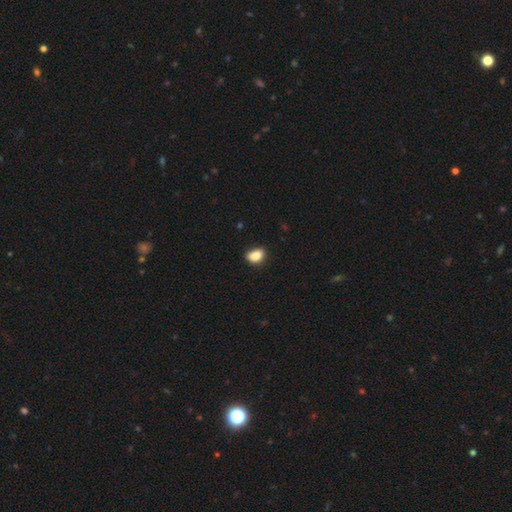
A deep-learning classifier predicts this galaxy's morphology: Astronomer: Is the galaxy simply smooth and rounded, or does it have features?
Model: smooth — 86%.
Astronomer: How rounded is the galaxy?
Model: in between — 80%.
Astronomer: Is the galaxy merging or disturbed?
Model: none — 70%.